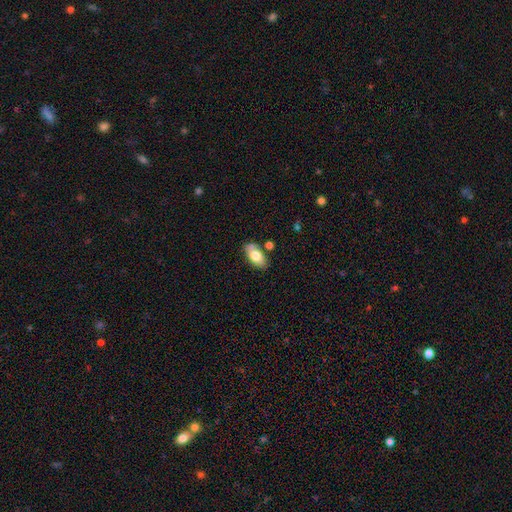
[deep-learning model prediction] The model was most divided on "merging": none: 70%, minor disturbance: 16%, merger: 10%, major disturbance: 4%. More confident: how rounded — in between (93%); smooth or featured — smooth (76%).